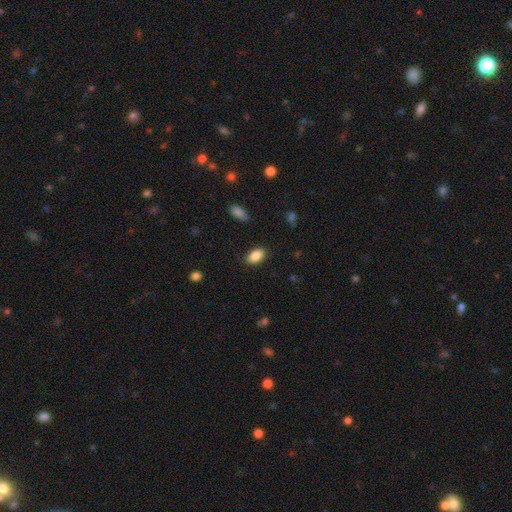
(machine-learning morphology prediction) Smooth or featured? smooth (87%)
How rounded? in between (91%)
Merging? none (87%)